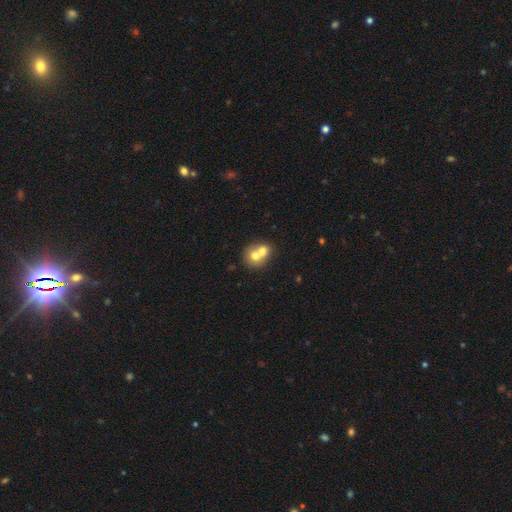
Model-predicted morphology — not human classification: type=smooth (67%); roundness=round (72%); merging=merger (68%).